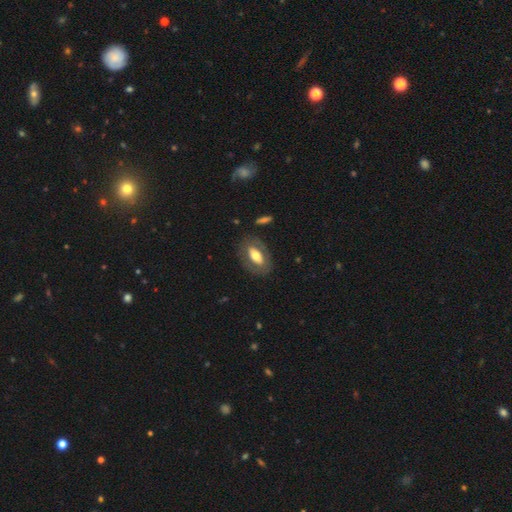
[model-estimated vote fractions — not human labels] Smooth or featured?
  - smooth: 51% *
  - featured or disk: 43%
  - star or artifact: 6%
How rounded?
  - in between: 88% *
  - round: 7%
  - cigar-shaped: 5%
Merging?
  - none: 79% *
  - minor disturbance: 13%
  - major disturbance: 7%
  - merger: 2%